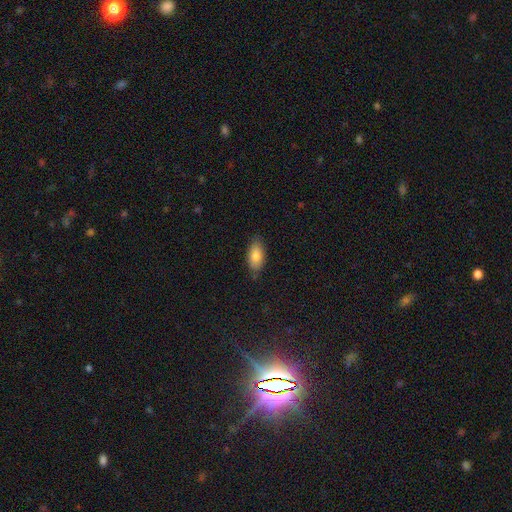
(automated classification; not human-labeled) A smooth galaxy with no disk features (83%) that is in between round and cigar-shaped (90%). Merging: none (80%).